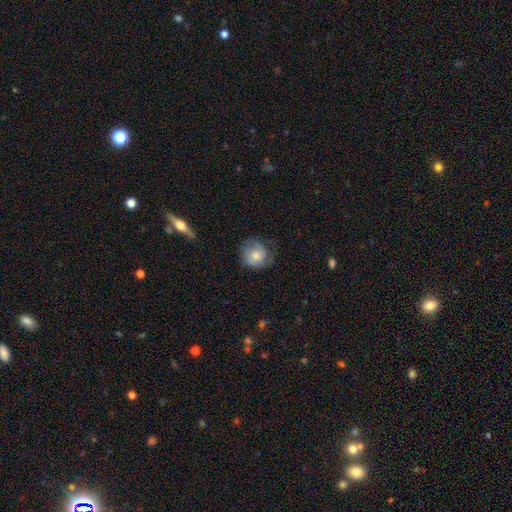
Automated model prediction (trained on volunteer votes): Smooth or featured? smooth (67%)
How rounded? round (84%)
Merging? none (59%)